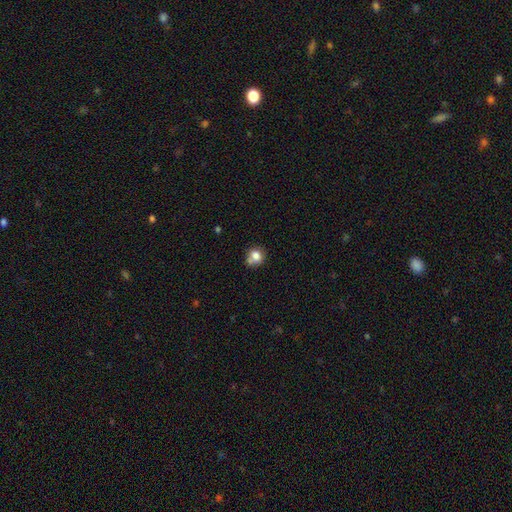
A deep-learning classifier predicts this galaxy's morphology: Smooth or featured? Predicted: smooth (p=0.77). How rounded? Predicted: round (p=0.76). Merging? Predicted: none (p=0.53).